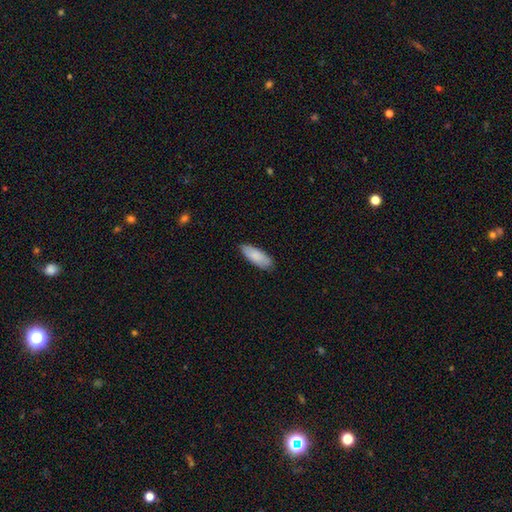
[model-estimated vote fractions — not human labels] Overall: smooth (85%). How rounded: in between (76%). Merging: none (83%).